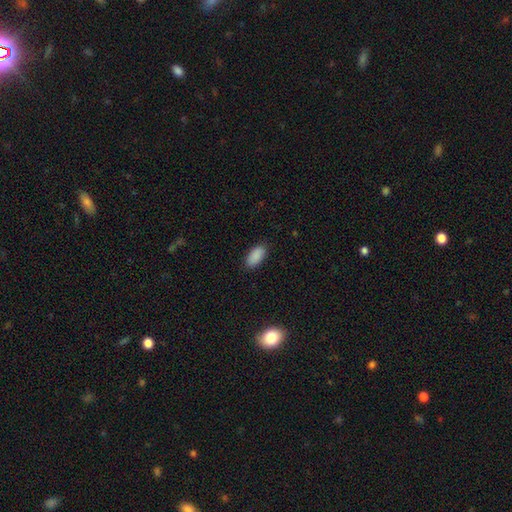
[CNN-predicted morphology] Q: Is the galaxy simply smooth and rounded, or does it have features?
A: smooth — 89%.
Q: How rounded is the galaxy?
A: in between — 93%.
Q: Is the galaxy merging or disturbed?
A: none — 88%.